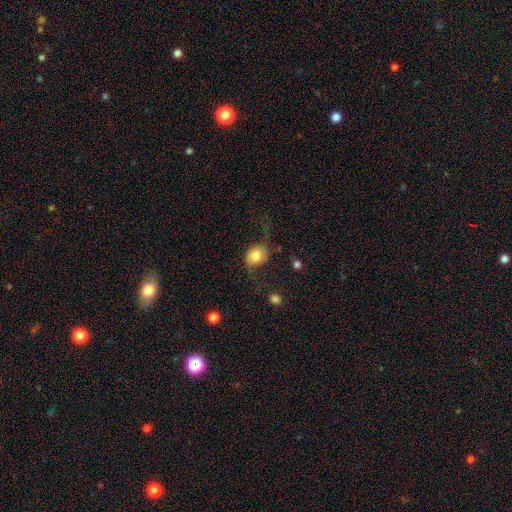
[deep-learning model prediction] Q: Smooth or featured?
A: smooth (64%); runner-up: featured or disk (27%)
Q: How rounded?
A: round (64%); runner-up: in between (35%)
Q: Merging?
A: none (52%); runner-up: minor disturbance (24%)